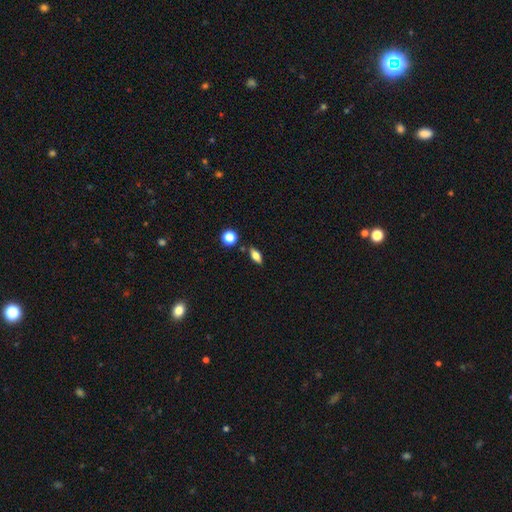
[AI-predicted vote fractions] Smooth or featured? Predicted: smooth (p=0.70). How rounded? Predicted: in between (p=0.79). Merging? Predicted: none (p=0.83).